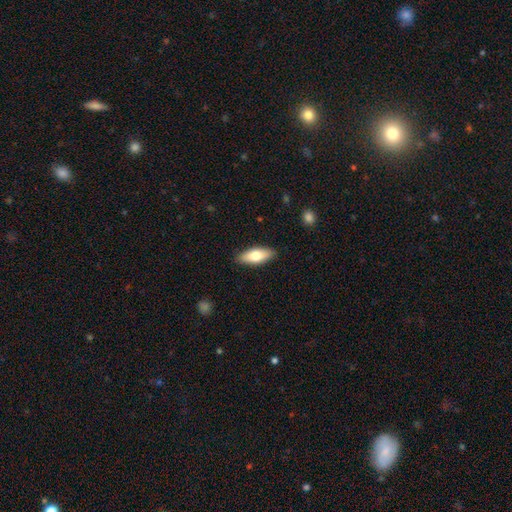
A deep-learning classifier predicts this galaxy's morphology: Smooth or featured?
  - smooth: 72% *
  - featured or disk: 22%
  - star or artifact: 6%
How rounded?
  - in between: 74% *
  - cigar-shaped: 23%
  - round: 2%
Merging?
  - none: 87% *
  - minor disturbance: 10%
  - major disturbance: 2%
  - merger: 1%